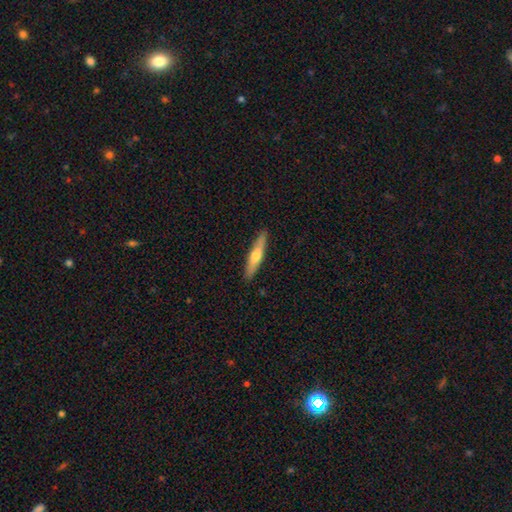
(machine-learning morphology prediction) Smooth or featured? smooth (52%)
How rounded? cigar-shaped (87%)
Merging? none (90%)